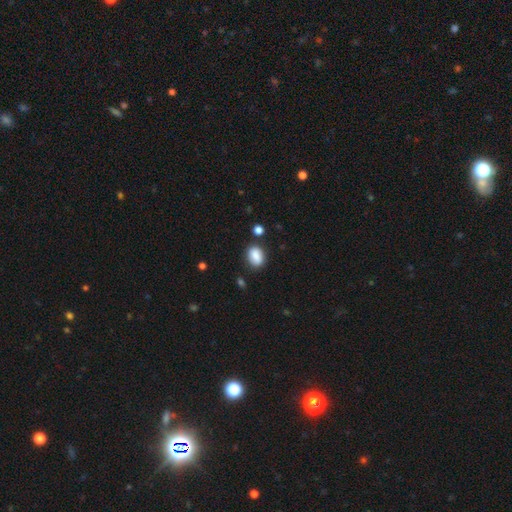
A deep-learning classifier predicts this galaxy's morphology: Q: Smooth or featured?
A: smooth (85%); runner-up: star or artifact (8%)
Q: How rounded?
A: in between (73%); runner-up: round (25%)
Q: Merging?
A: none (77%); runner-up: minor disturbance (15%)